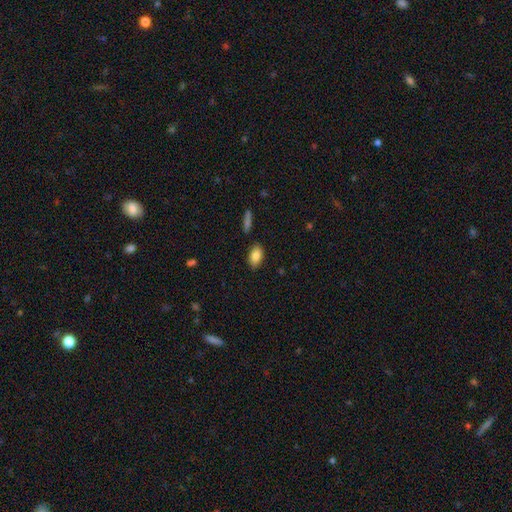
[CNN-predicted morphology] This is clearly a smooth galaxy (85%). How rounded: clearly in between (90%). Merging: clearly none (84%).